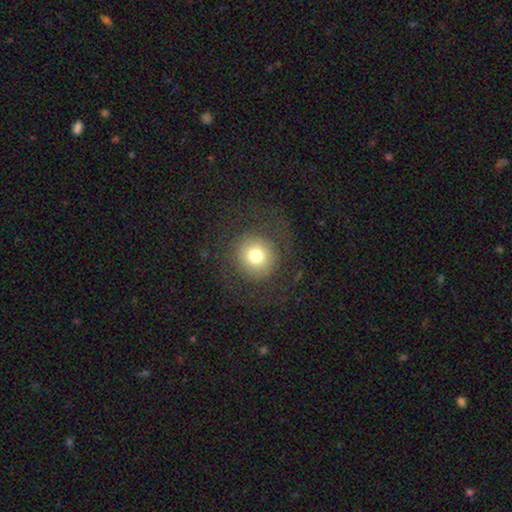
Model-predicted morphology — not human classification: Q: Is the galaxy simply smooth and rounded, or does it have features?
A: smooth — 67%.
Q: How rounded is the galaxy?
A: round — 94%.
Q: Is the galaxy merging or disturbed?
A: none — 77%.